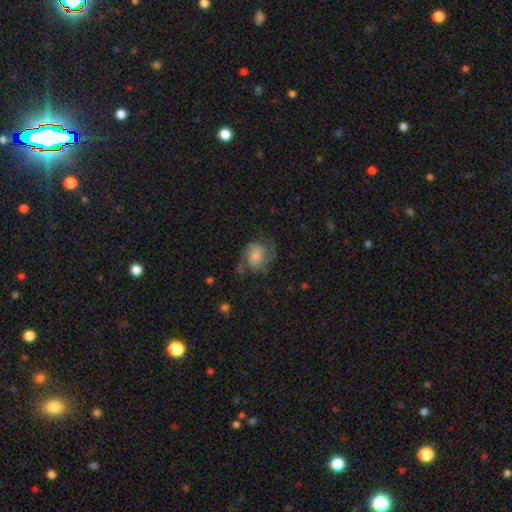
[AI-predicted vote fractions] featured or disk 65%, smooth 27%, star or artifact 9%. Down the decision tree: edge-on disk — no (98%); bar — no (66%); spiral arms — yes (91%); spiral arm count — 2 (76%); spiral winding — medium (49%); bulge size — small (41%); merging — none (59%).